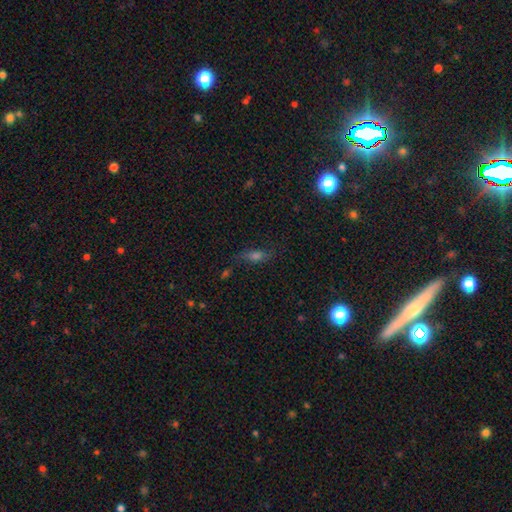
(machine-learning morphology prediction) type=smooth (45%); merging=none (70%).